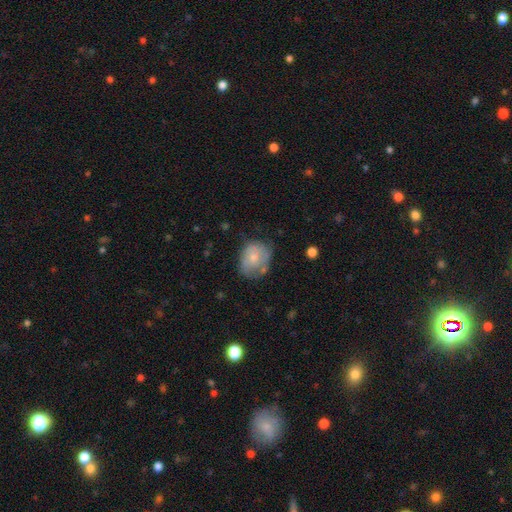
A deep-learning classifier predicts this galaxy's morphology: The model was most divided on "how rounded": round: 52%, in between: 47%, cigar-shaped: 1%. More confident: smooth or featured — smooth (56%); merging — none (56%).